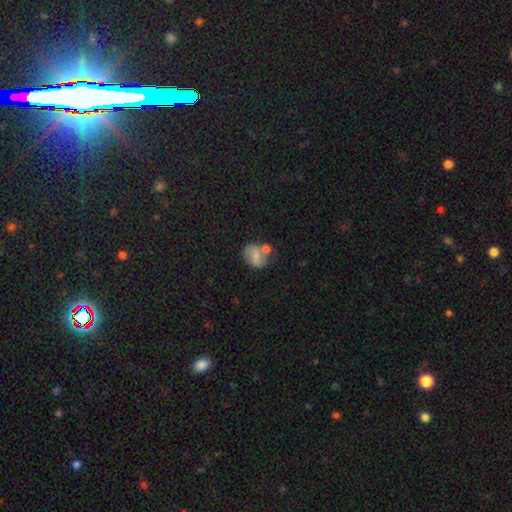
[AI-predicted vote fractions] The model was most divided on "how rounded": round: 52%, in between: 47%, cigar-shaped: 1%. Remaining: smooth or featured — smooth (59%); merging — none (44%).